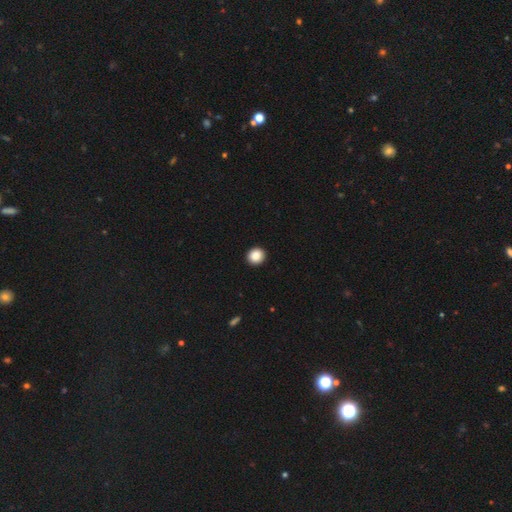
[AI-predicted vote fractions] Smooth or featured?
  - smooth: 89% *
  - star or artifact: 9%
  - featured or disk: 3%
How rounded?
  - round: 89% *
  - in between: 10%
  - cigar-shaped: 1%
Merging?
  - none: 93% *
  - minor disturbance: 5%
  - major disturbance: 1%
  - merger: 1%